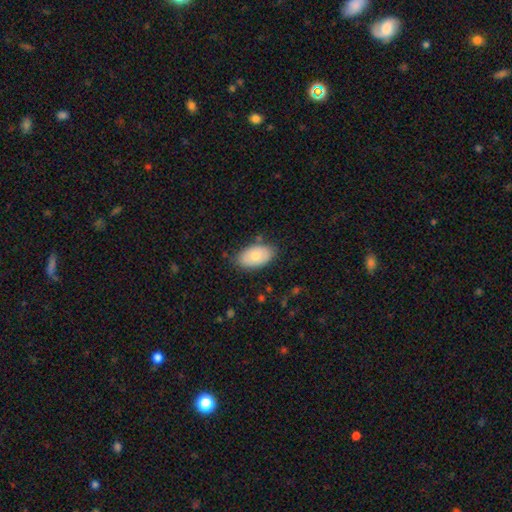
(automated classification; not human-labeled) A smooth galaxy with no disk features (77%) that is in between round and cigar-shaped (94%). Merging: none (77%).